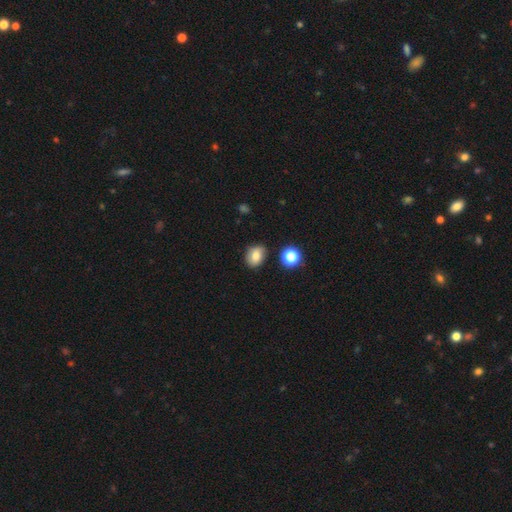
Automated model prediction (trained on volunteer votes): A smooth galaxy with no disk features (75%) that is in between round and cigar-shaped (55%).

Vote fractions:
- Smooth or featured? smooth: 75% / featured or disk: 13% / star or artifact: 12%
- How rounded? in between: 55% / round: 44% / cigar-shaped: 1%
- Merging? none: 77% / minor disturbance: 16% / merger: 4% / major disturbance: 3%